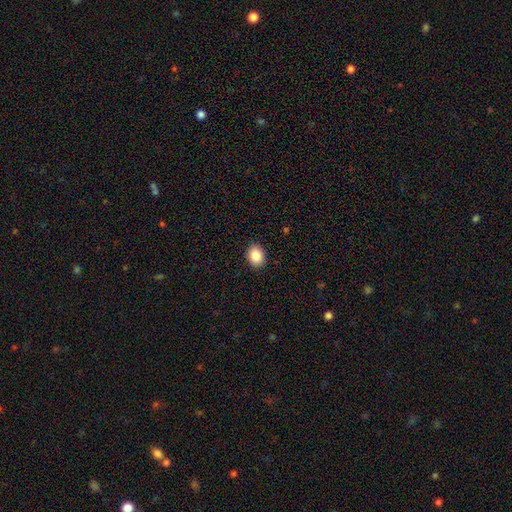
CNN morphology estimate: type=smooth (87%); roundness=in between (59%); merging=none (90%).